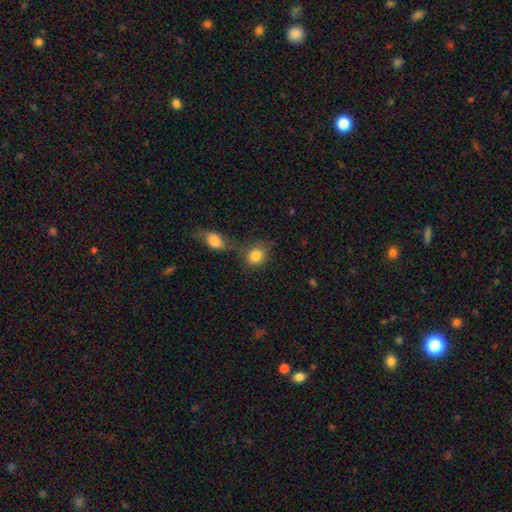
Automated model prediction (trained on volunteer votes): smooth-or-featured: smooth: 84% | star or artifact: 9% | featured or disk: 7%
  how-rounded: round: 63% | in between: 35% | cigar-shaped: 2%
  merging: none: 47% | merger: 35% | minor disturbance: 12% | major disturbance: 6%